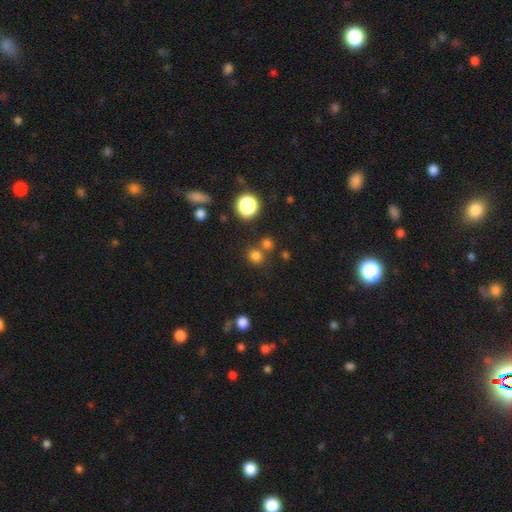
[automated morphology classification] Smooth or featured? smooth (73%)
How rounded? round (83%)
Merging? none (69%)